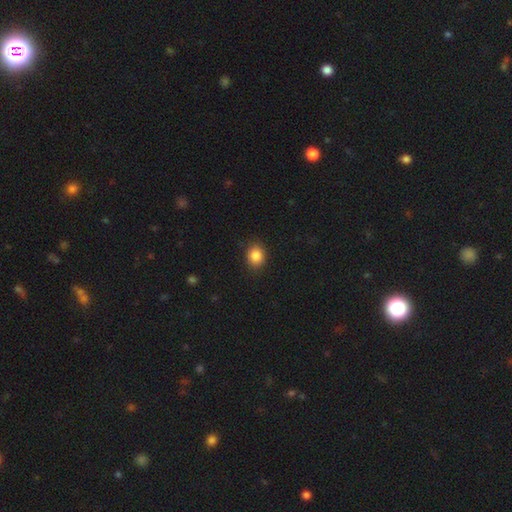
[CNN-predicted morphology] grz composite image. It shows a smooth galaxy with no disk features (86%) that is round (59%). Merging: none (87%).